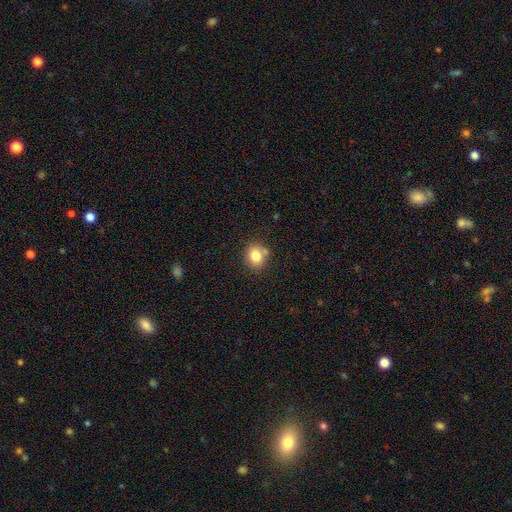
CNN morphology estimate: Smooth or featured? Predicted: smooth (p=0.81). How rounded? Predicted: round (p=0.68). Merging? Predicted: none (p=0.71).